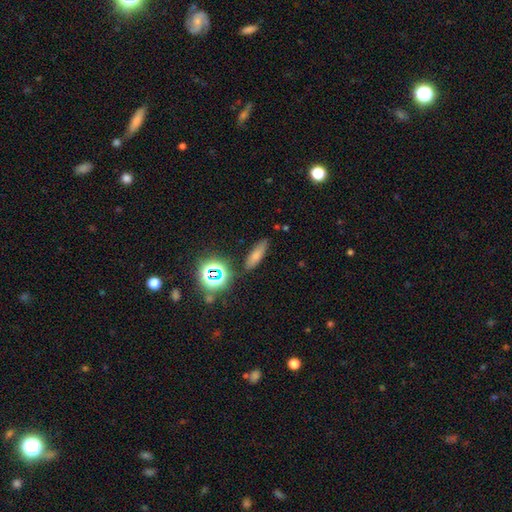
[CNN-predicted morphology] Smooth or featured? Predicted: smooth (p=0.68). How rounded? Predicted: cigar-shaped (p=0.48). Merging? Predicted: none (p=0.82).